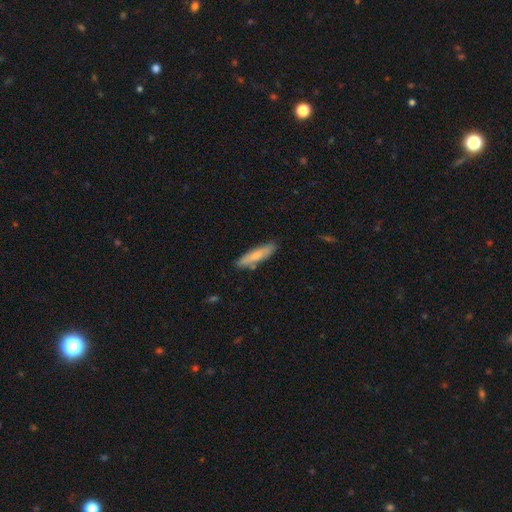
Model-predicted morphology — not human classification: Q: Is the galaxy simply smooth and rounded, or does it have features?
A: smooth — 71%.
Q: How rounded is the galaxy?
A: cigar-shaped — 81%.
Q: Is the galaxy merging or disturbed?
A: none — 82%.